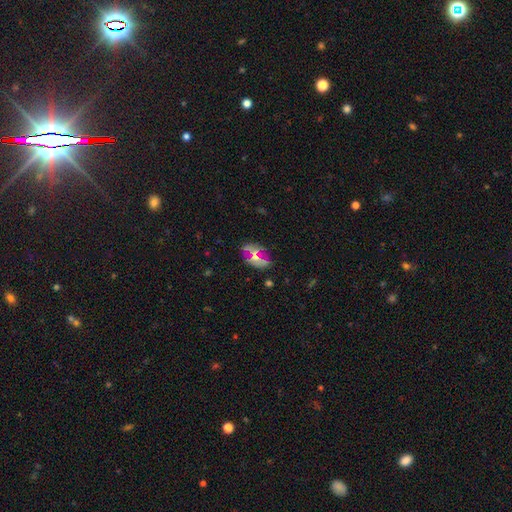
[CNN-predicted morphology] type=featured or disk (46%); merging=none (70%).